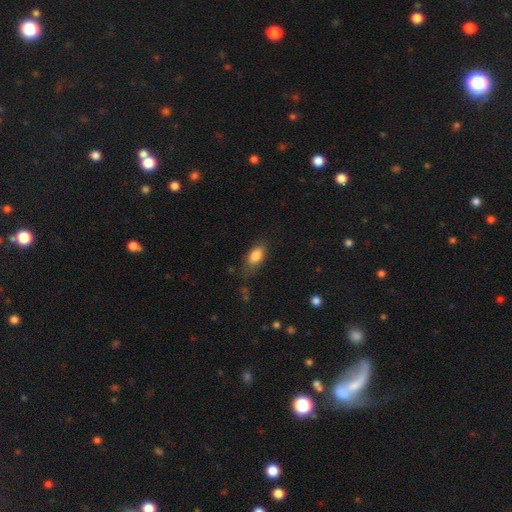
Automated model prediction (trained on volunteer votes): Smooth or featured? smooth (84%)
How rounded? in between (88%)
Merging? none (65%)